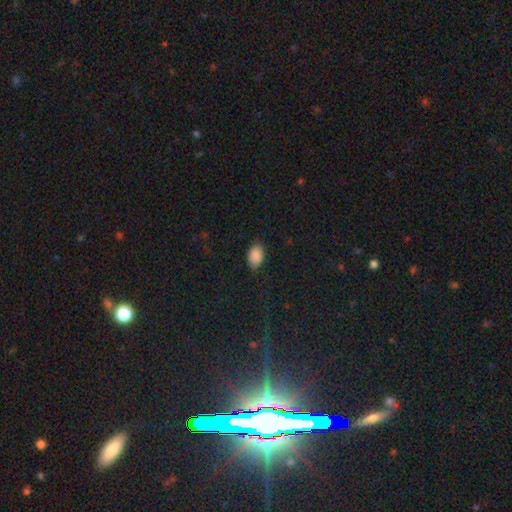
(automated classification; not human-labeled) The model was most divided on "merging": none: 80%, minor disturbance: 15%, major disturbance: 3%, merger: 1%. More confident: smooth or featured — smooth (88%); how rounded — in between (85%).